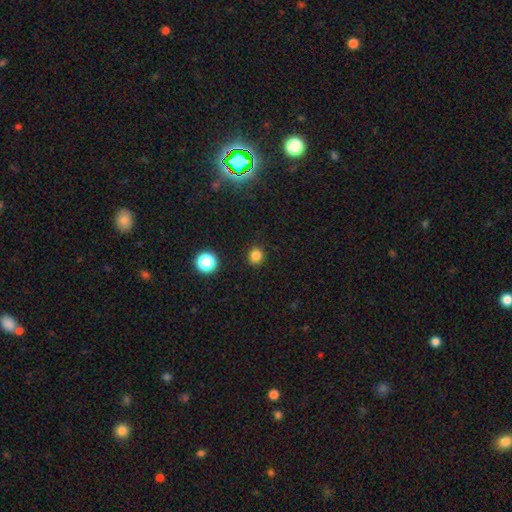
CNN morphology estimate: smooth_or_featured: smooth (p=0.82) [alt: star or artifact p=0.15]
how_rounded: round (p=0.85) [alt: in between p=0.14]
merging: none (p=0.90) [alt: minor disturbance p=0.07]